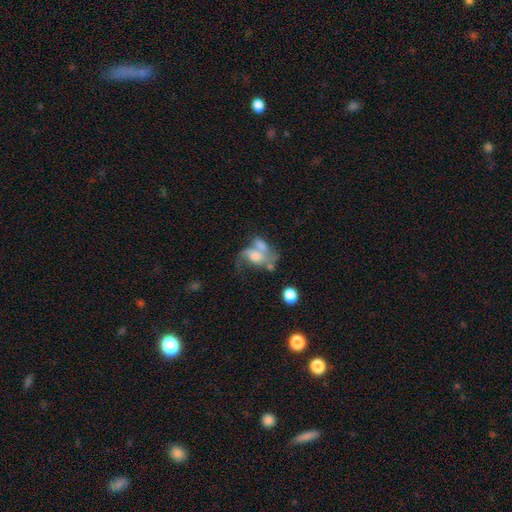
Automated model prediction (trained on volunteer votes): featured or disk 56%, smooth 33%, star or artifact 11%. Down the decision tree: edge-on disk — no (96%); bar — no (70%); spiral arms — yes (60%); bulge size — moderate (42%); merging — merger (40%).